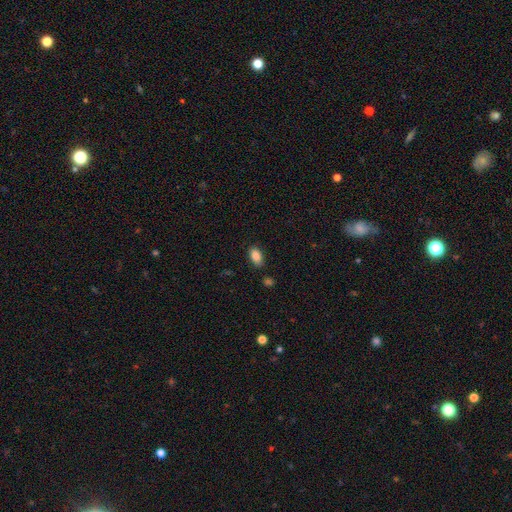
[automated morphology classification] Smooth or featured? Predicted: smooth (p=0.87). How rounded? Predicted: in between (p=0.91). Merging? Predicted: none (p=0.82).